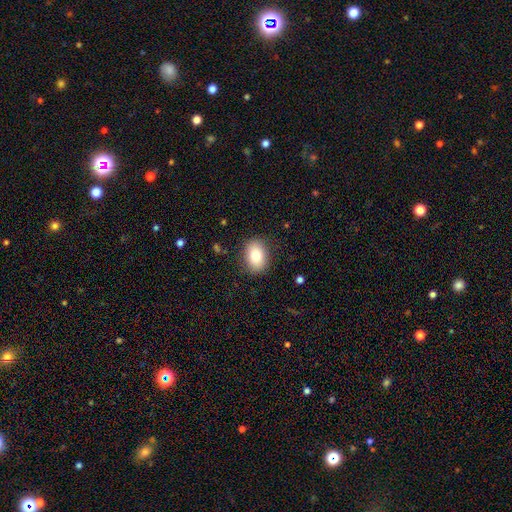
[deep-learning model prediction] Overall: smooth (83%). How rounded: in between (76%). Merging: none (85%).